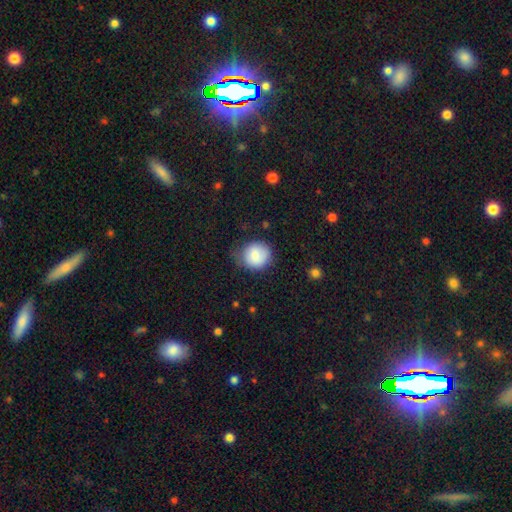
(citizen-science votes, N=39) This appears to be a smooth galaxy with no disk features (92%) that is round (100%). Merging: none (63%).